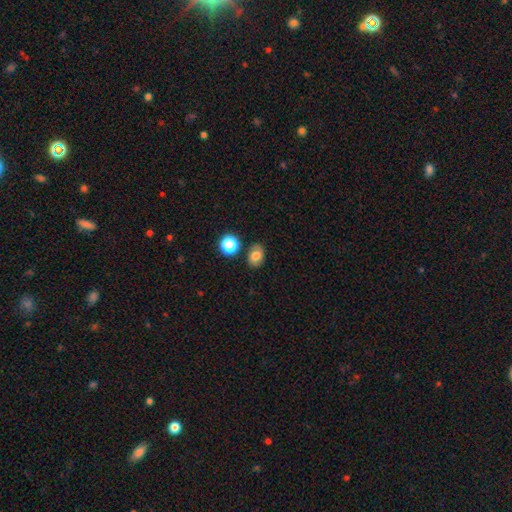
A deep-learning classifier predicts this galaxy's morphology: type=smooth (73%); roundness=in between (67%); merging=none (75%).